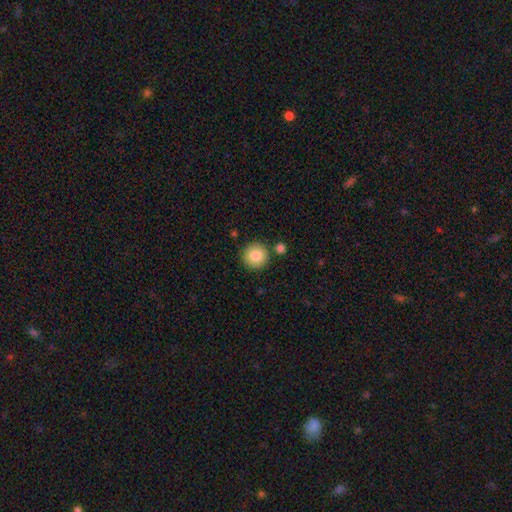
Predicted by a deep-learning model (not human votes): Smooth or featured: smooth — 84% (star or artifact — 9%)
How rounded: round — 95% (in between — 4%)
Merging: none — 86% (minor disturbance — 7%)